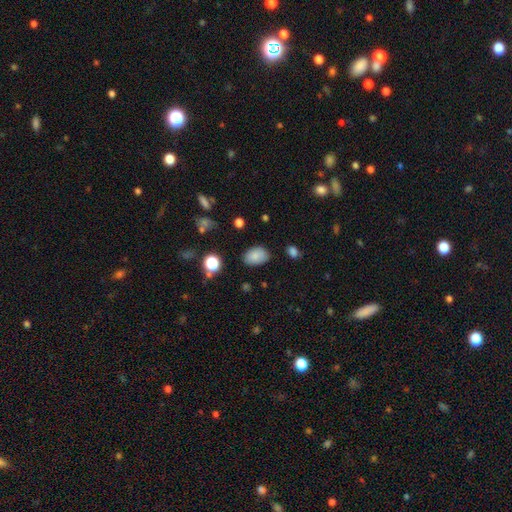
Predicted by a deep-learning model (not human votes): This appears to be a smooth galaxy with no disk features (84%) that is in between round and cigar-shaped (85%). Merging: none (81%).